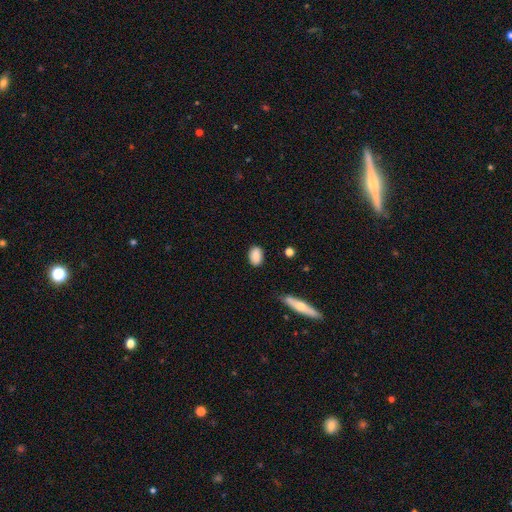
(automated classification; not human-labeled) This appears to be a smooth galaxy with no disk features (85%) that is in between round and cigar-shaped (83%). Merging: none (84%).